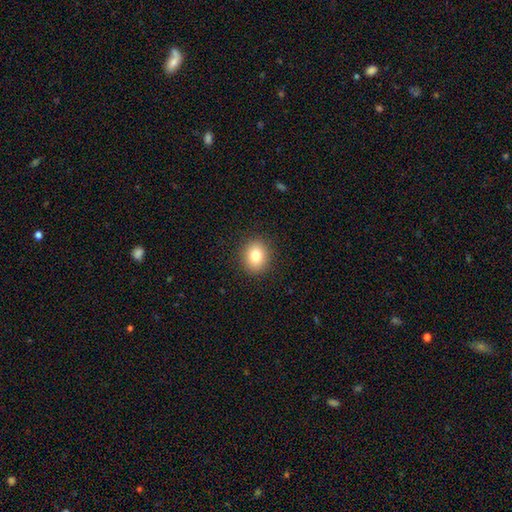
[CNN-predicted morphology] Q: Smooth or featured?
A: smooth (82%); runner-up: star or artifact (10%)
Q: How rounded?
A: round (68%); runner-up: in between (31%)
Q: Merging?
A: none (90%); runner-up: minor disturbance (7%)